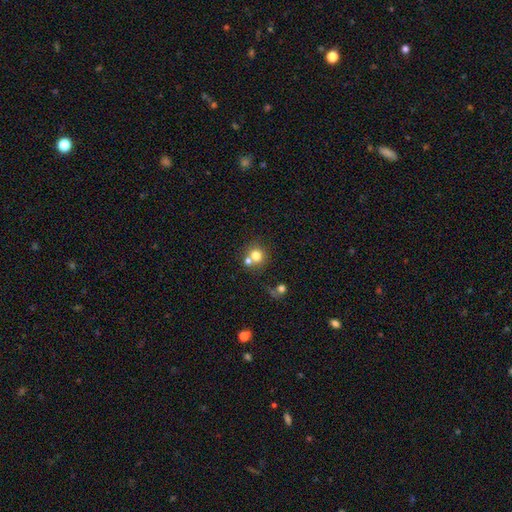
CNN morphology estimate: A smooth galaxy with no disk features (75%) that is round (87%).

Vote fractions:
- Smooth or featured? smooth: 75% / star or artifact: 13% / featured or disk: 12%
- How rounded? round: 87% / in between: 12% / cigar-shaped: 1%
- Merging? none: 52% / merger: 37% / minor disturbance: 8% / major disturbance: 4%